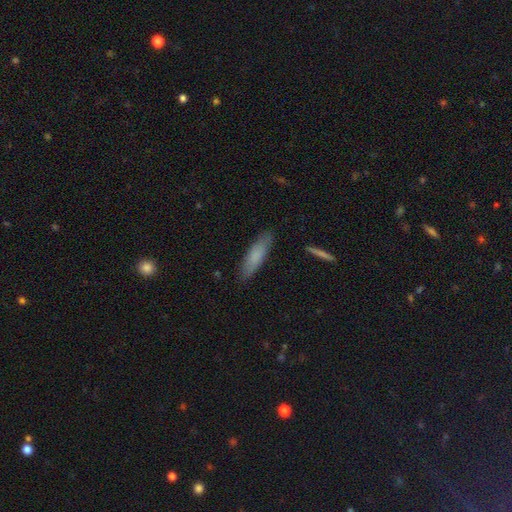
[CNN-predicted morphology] Smooth or featured: smooth — 77% (featured or disk — 16%)
How rounded: cigar-shaped — 66% (in between — 33%)
Merging: none — 84% (minor disturbance — 13%)